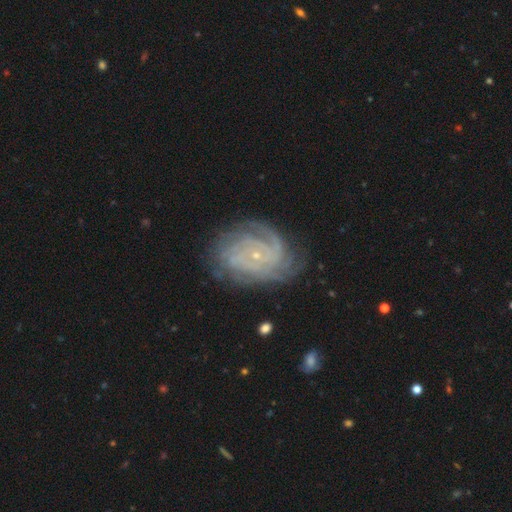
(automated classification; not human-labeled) The model was most divided on "spiral arm count": can't tell: 25%, 3: 22%, 4: 18%, 2: 17%, more than 4: 10%, 1: 8%. More confident: edge-on disk — no (97%); spiral arms — yes (97%); bulge size — small (87%); smooth or featured — featured or disk (86%); merging — none (74%); bar — no (73%); spiral winding — tight (72%).